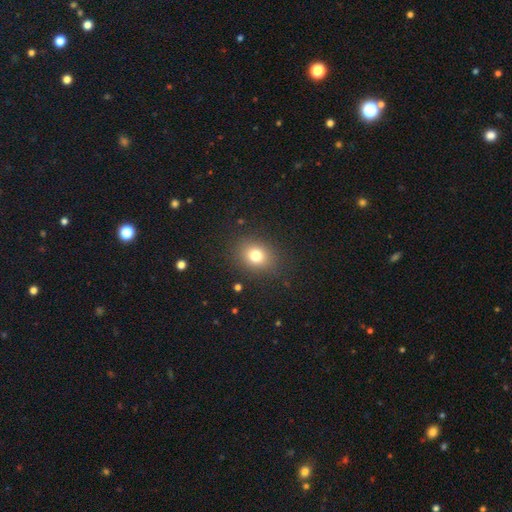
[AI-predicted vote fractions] Smooth or featured? Predicted: smooth (p=0.77). How rounded? Predicted: round (p=0.59). Merging? Predicted: none (p=0.86).